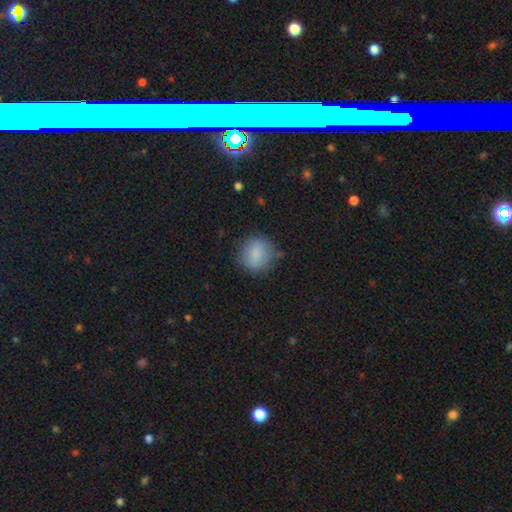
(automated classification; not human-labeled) Smooth or featured? smooth (83%)
How rounded? round (84%)
Merging? none (76%)